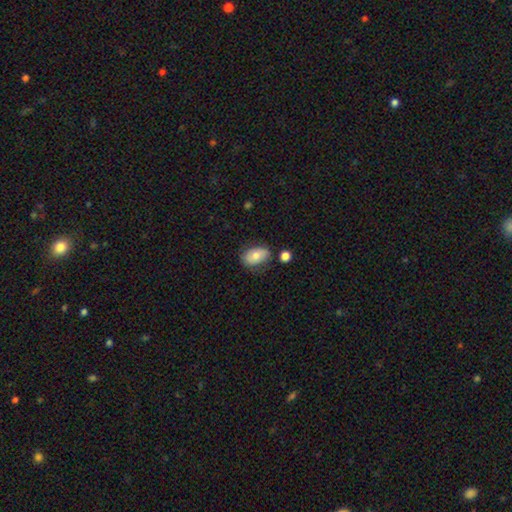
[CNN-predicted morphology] Smooth or featured?
  - smooth: 72% *
  - featured or disk: 21%
  - star or artifact: 8%
How rounded?
  - in between: 88% *
  - round: 10%
  - cigar-shaped: 1%
Merging?
  - none: 68% *
  - minor disturbance: 21%
  - major disturbance: 6%
  - merger: 5%